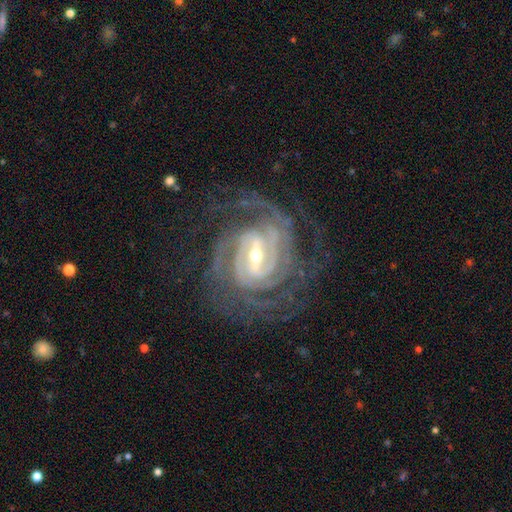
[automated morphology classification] type=featured or disk (93%); edge-on=no (97%); bar=strong (63%); spiral arms=yes (99%); winding=tight (72%); arm count=4 (26%); bulge=small (58%); merging=none (75%).